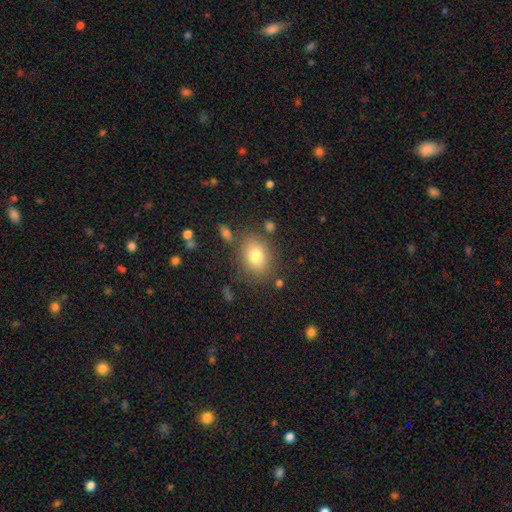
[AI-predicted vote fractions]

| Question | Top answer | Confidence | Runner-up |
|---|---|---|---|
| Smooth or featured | smooth | 78% | featured or disk (11%) |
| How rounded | in between | 60% | round (38%) |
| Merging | none | 79% | minor disturbance (12%) |